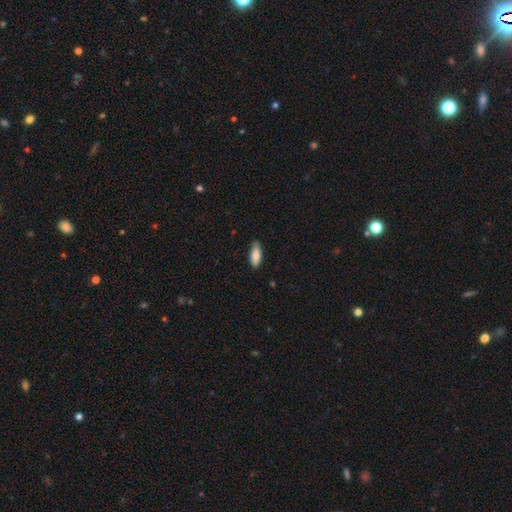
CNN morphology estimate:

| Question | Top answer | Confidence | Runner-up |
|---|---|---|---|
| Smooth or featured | smooth | 83% | featured or disk (11%) |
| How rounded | in between | 73% | cigar-shaped (25%) |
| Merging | none | 84% | minor disturbance (13%) |